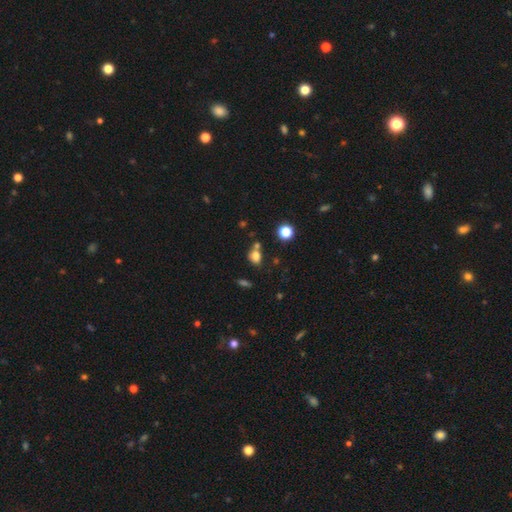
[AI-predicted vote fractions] Smooth or featured? Predicted: smooth (p=0.77). How rounded? Predicted: in between (p=0.58). Merging? Predicted: none (p=0.55).